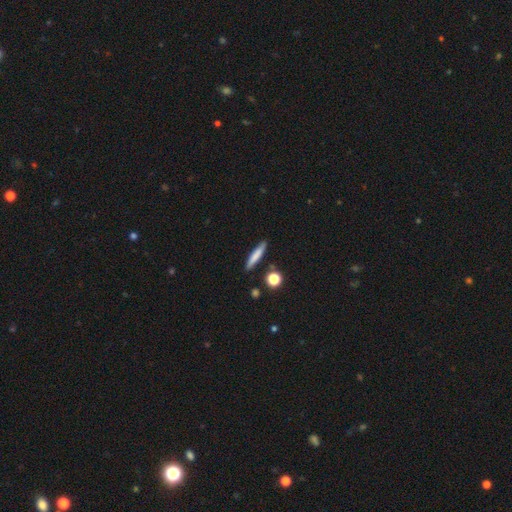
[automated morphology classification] The model was most divided on "smooth or featured": smooth: 74%, featured or disk: 18%, star or artifact: 7%. More confident: how rounded — cigar-shaped (88%); merging — none (85%).